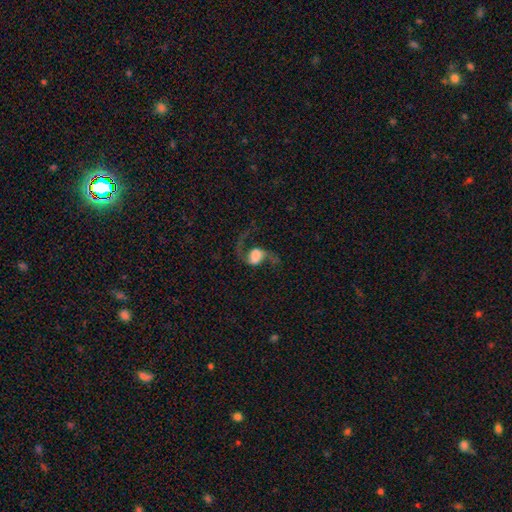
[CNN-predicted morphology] This is likely a featured or disk galaxy (76%). It is clearly not viewed edge-on (97%). Bar: marginally no (43%). Spiral arm pattern: clearly yes (94%). Spiral arm count: clearly 2 (90%). Spiral winding: clearly loose (82%). Central bulge: marginally large (40%). Merging: possibly none (59%).